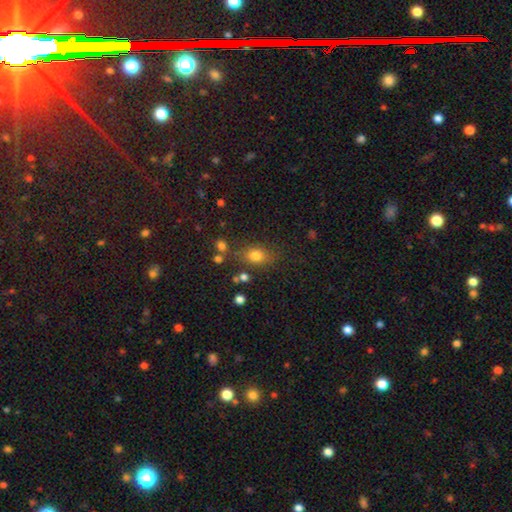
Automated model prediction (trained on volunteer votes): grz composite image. It shows a smooth galaxy with no disk features (78%) that is in between round and cigar-shaped (58%). Merging: none (74%).